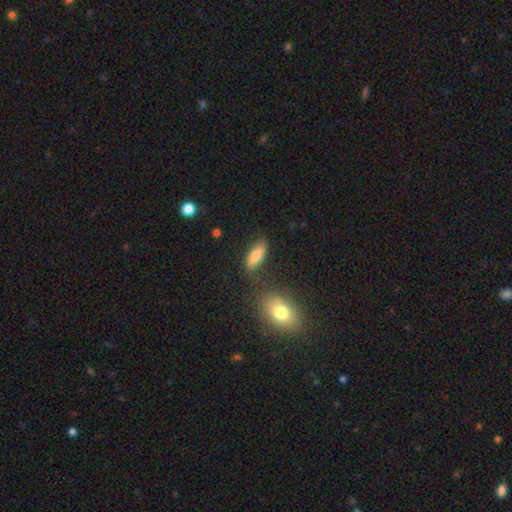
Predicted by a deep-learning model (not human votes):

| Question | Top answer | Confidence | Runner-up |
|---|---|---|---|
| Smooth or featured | smooth | 80% | featured or disk (12%) |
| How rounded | in between | 71% | cigar-shaped (26%) |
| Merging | none | 75% | minor disturbance (14%) |